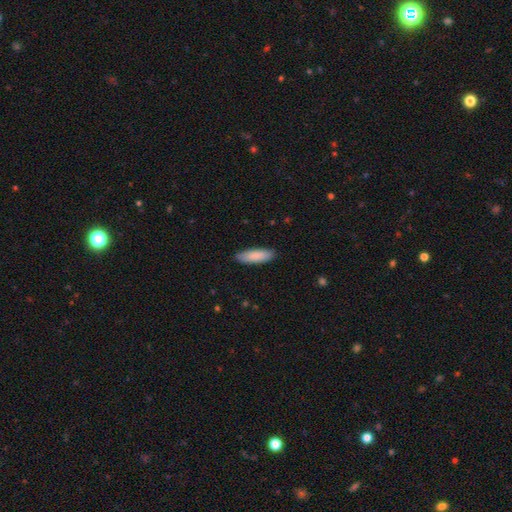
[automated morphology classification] Q: Smooth or featured?
A: smooth (87%); runner-up: featured or disk (7%)
Q: How rounded?
A: in between (55%); runner-up: cigar-shaped (44%)
Q: Merging?
A: none (88%); runner-up: minor disturbance (9%)